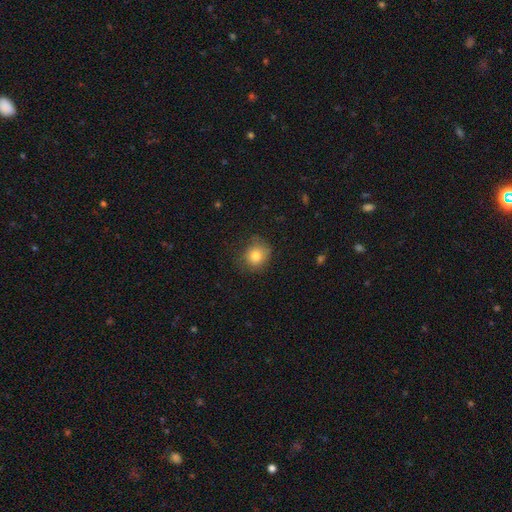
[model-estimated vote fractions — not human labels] Smooth or featured? Predicted: smooth (p=0.79). How rounded? Predicted: round (p=0.82). Merging? Predicted: none (p=0.69).